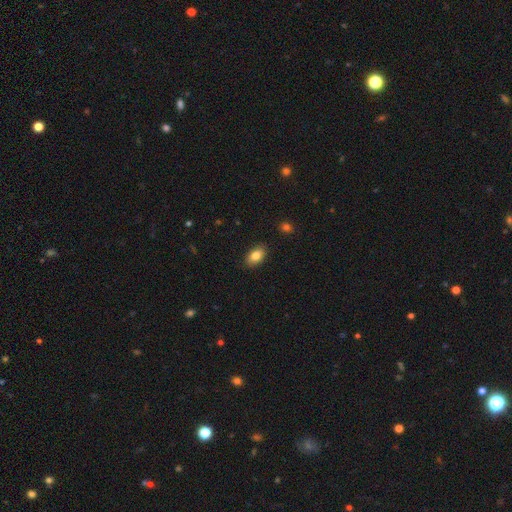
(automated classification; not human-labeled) Smooth or featured? Predicted: smooth (p=0.83). How rounded? Predicted: in between (p=0.91). Merging? Predicted: none (p=0.88).